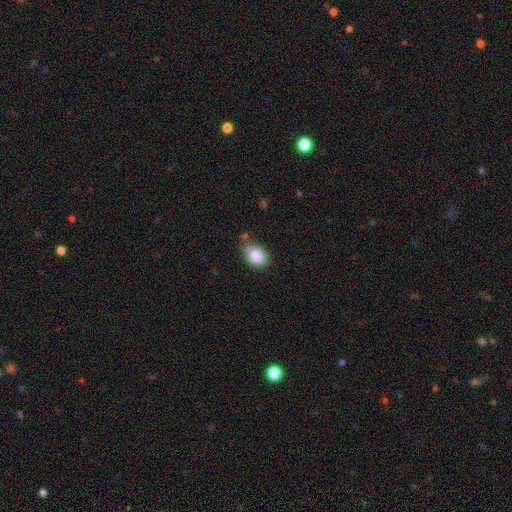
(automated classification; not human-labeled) This is clearly a smooth galaxy (84%). How rounded: clearly in between (80%). Merging: likely none (67%).